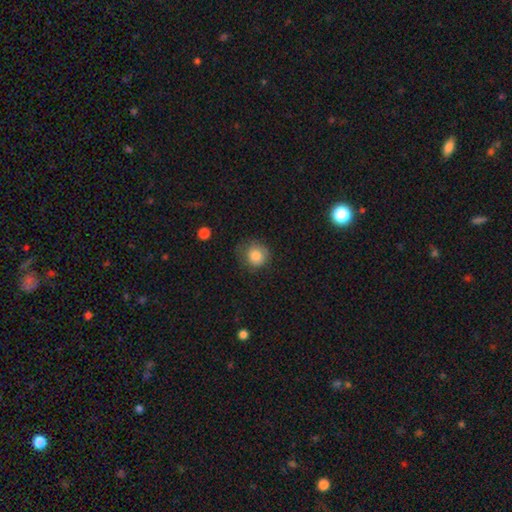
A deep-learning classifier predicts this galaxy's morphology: Q: Smooth or featured?
A: smooth (84%); runner-up: star or artifact (9%)
Q: How rounded?
A: round (86%); runner-up: in between (13%)
Q: Merging?
A: none (64%); runner-up: minor disturbance (25%)